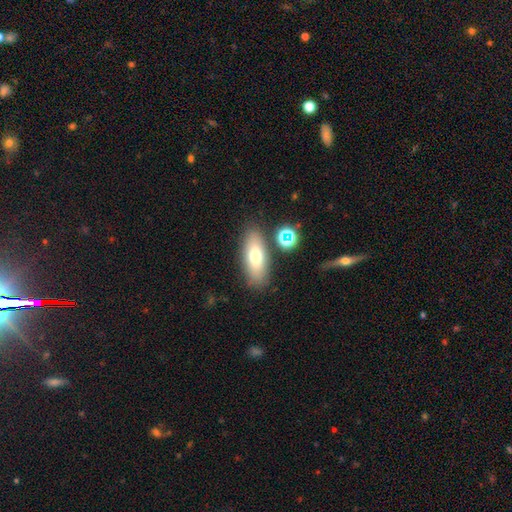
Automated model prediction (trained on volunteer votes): A smooth galaxy with no disk features (64%) that is in between round and cigar-shaped (74%).

Vote fractions:
- Smooth or featured? smooth: 64% / featured or disk: 25% / star or artifact: 10%
- How rounded? in between: 74% / cigar-shaped: 23% / round: 4%
- Merging? none: 79% / minor disturbance: 11% / merger: 7% / major disturbance: 3%